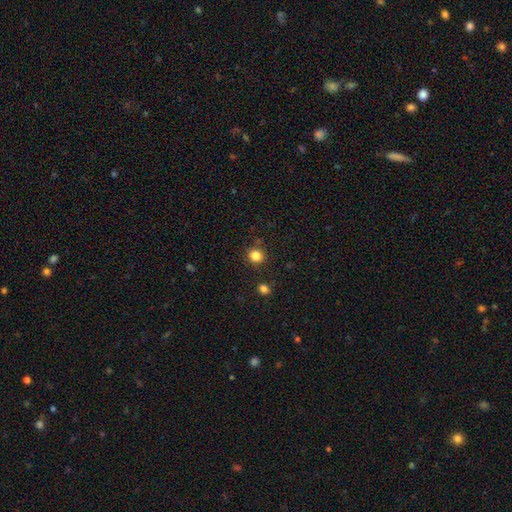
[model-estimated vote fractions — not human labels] Smooth or featured?
  - smooth: 83% *
  - star or artifact: 13%
  - featured or disk: 4%
How rounded?
  - round: 86% *
  - in between: 13%
  - cigar-shaped: 1%
Merging?
  - none: 85% *
  - minor disturbance: 9%
  - merger: 4%
  - major disturbance: 3%